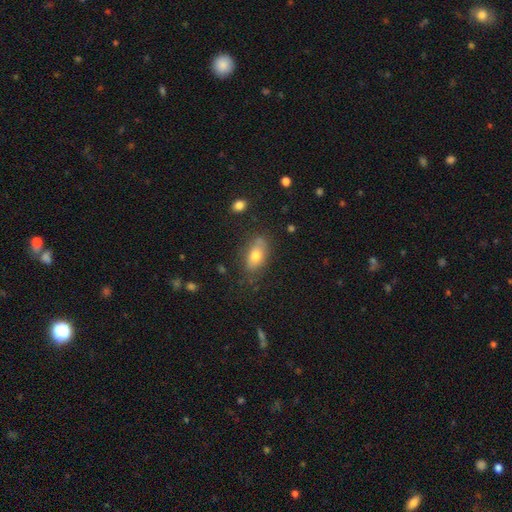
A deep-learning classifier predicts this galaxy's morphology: Smooth or featured? smooth (71%)
How rounded? in between (86%)
Merging? none (72%)